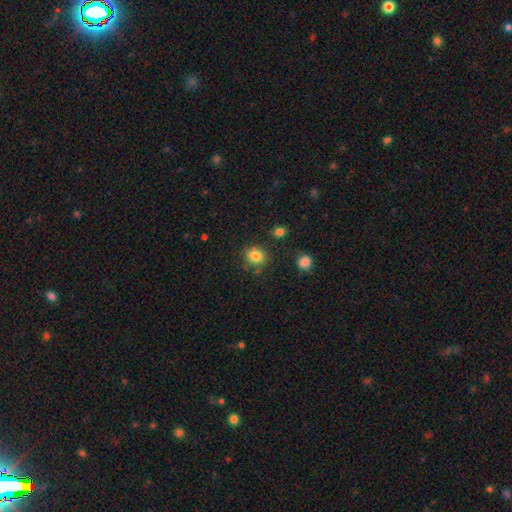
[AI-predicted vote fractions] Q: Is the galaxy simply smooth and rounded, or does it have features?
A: smooth — 82%.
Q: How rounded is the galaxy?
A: round — 71%.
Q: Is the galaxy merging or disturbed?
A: none — 77%.